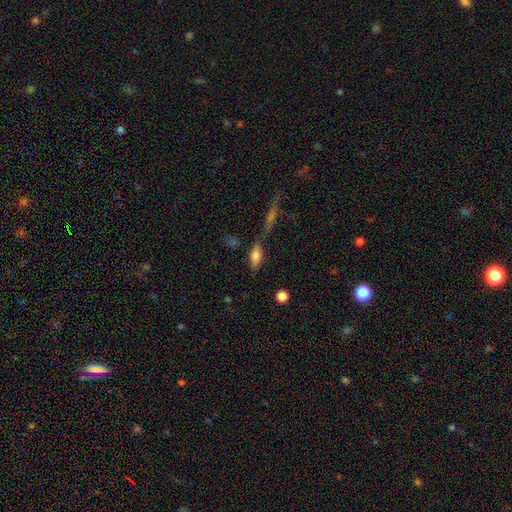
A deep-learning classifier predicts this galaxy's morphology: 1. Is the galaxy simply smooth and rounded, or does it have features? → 72% smooth, 19% featured or disk, 9% star or artifact.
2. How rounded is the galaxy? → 70% in between, 26% cigar-shaped, 4% round.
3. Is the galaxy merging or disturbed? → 59% none, 18% merger, 16% minor disturbance, 6% major disturbance.